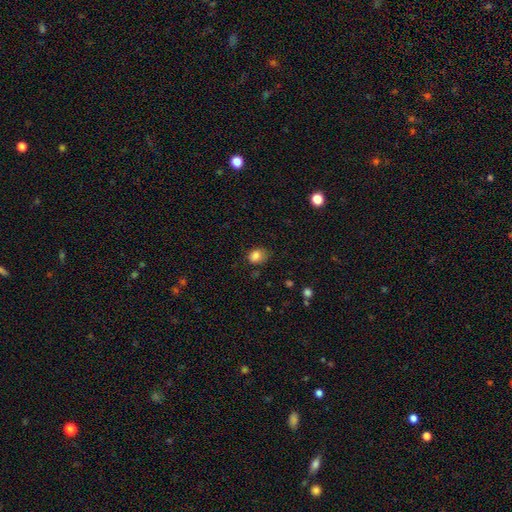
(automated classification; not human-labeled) This is clearly a smooth galaxy (84%). How rounded: likely in between (61%). Merging: possibly none (57%).